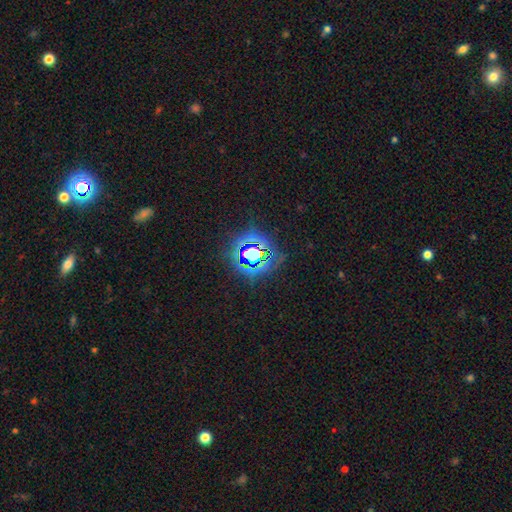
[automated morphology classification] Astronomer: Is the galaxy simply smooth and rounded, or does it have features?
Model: star or artifact — 76%.